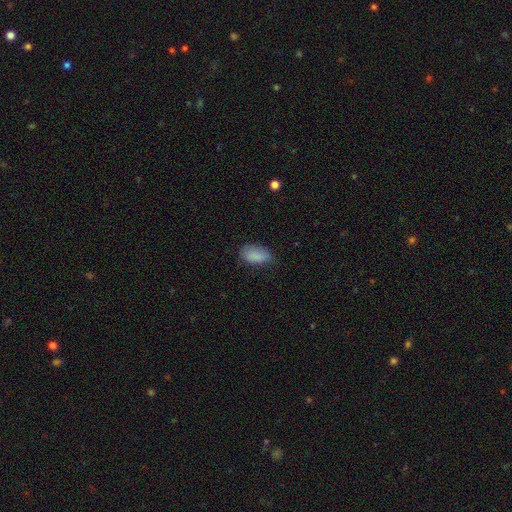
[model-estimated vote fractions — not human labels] smooth_or_featured: smooth (p=0.86) [alt: star or artifact p=0.08]
how_rounded: in between (p=0.92) [alt: round p=0.04]
merging: none (p=0.63) [alt: minor disturbance p=0.29]